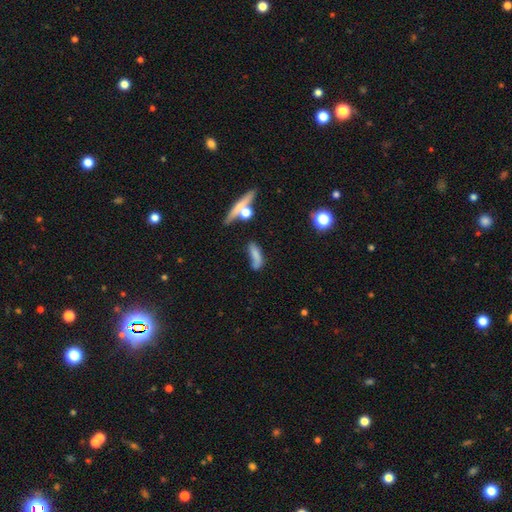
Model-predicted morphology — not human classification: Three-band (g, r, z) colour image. It shows a smooth galaxy with no disk features (69%) that is cigar-shaped (52%). Merging: none (42%).